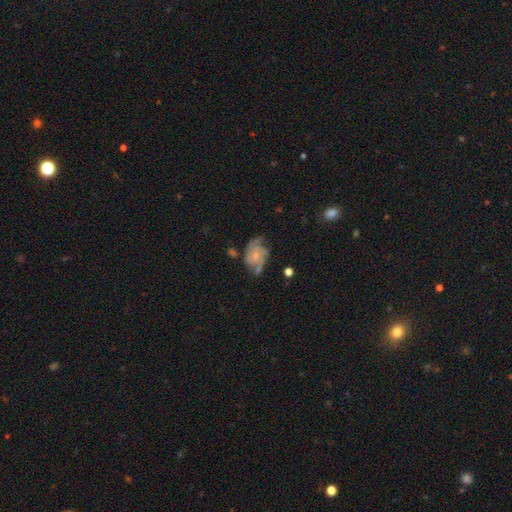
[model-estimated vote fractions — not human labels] A featured or disk galaxy (77%) with no bar (73%), 2 (32%, tied with 3) medium (45%) spiral arms (92%) and a small central bulge (63%). Merging: none (52%).